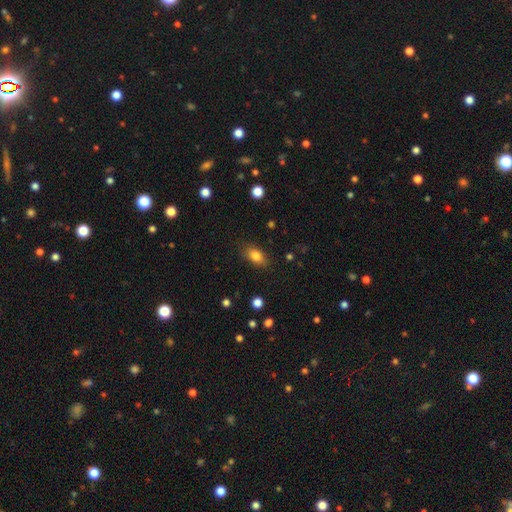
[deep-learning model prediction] This appears to be a smooth galaxy with no disk features (83%) that is in between round and cigar-shaped (85%). Merging: none (82%).